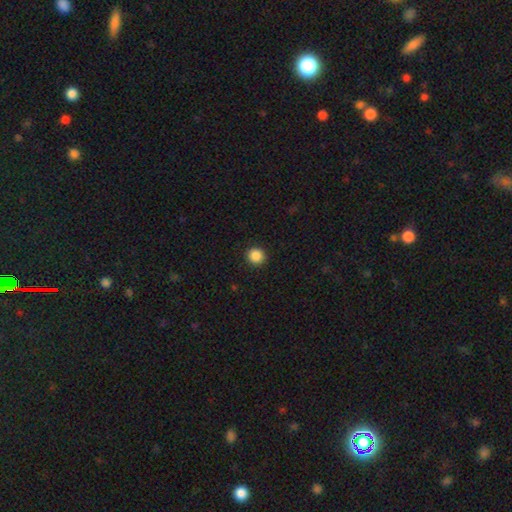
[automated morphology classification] This is clearly a smooth galaxy (88%). How rounded: clearly round (94%). Merging: clearly none (93%).